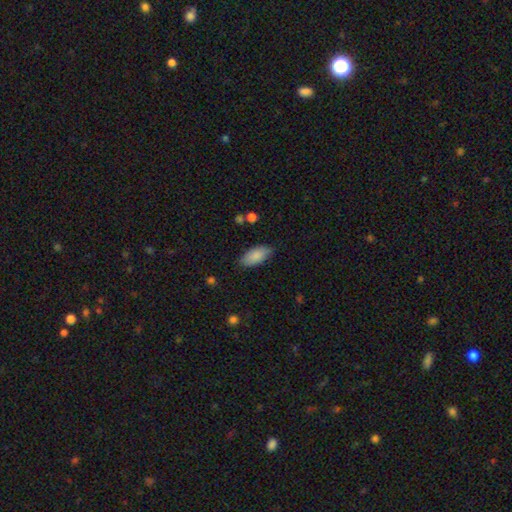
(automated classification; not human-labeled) Morphology: type=smooth (87%); roundness=in between (91%); merging=none (79%).